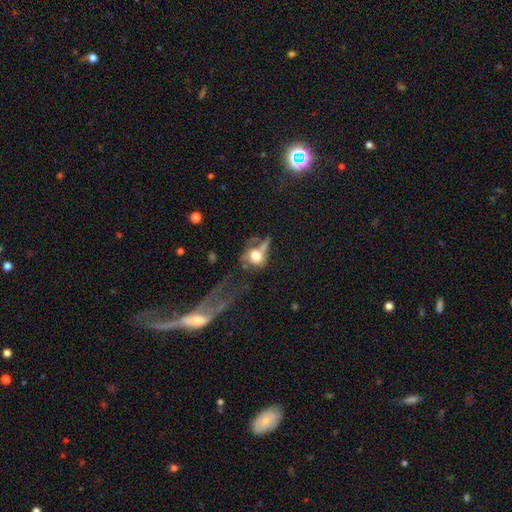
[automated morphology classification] smooth 56%, featured or disk 32%, star or artifact 12%. Down the decision tree: how rounded — round (49%); merging — major disturbance (45%).